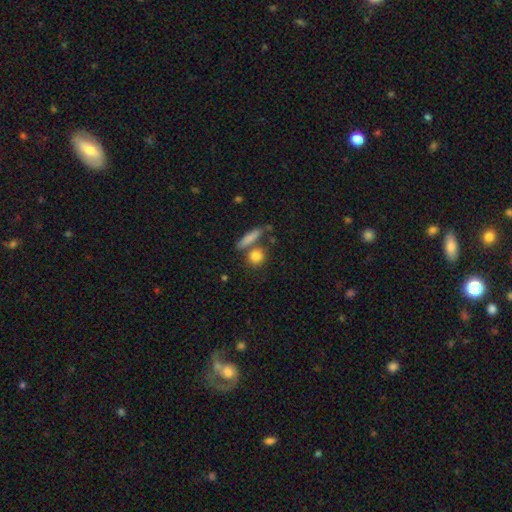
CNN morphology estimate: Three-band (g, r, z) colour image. It shows a smooth galaxy with no disk features (82%) that is round (70%). Merging: none (67%).